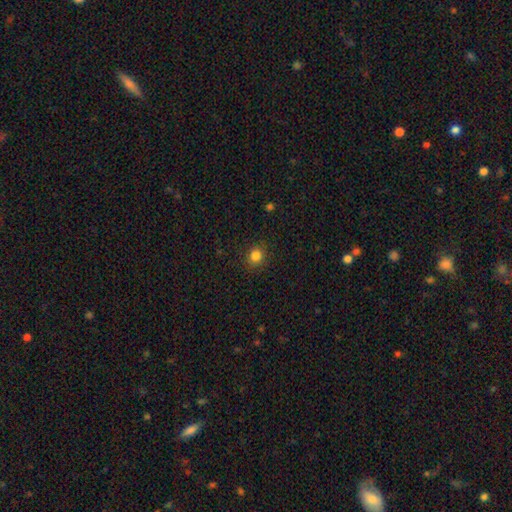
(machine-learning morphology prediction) This appears to be a smooth galaxy with no disk features (83%) that is round (81%). Merging: none (90%).